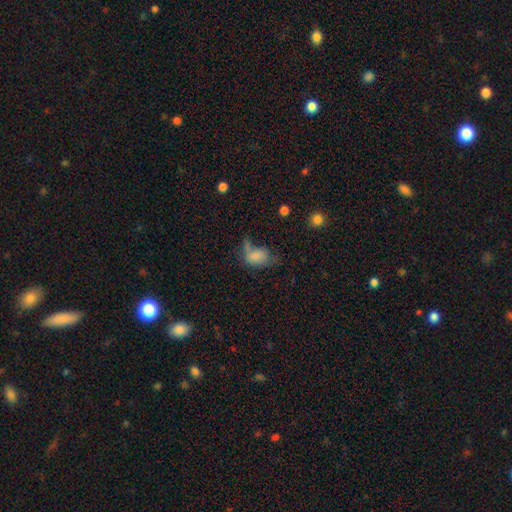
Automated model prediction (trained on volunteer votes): Smooth or featured: smooth — 73% (featured or disk — 16%)
How rounded: in between — 87% (round — 11%)
Merging: major disturbance — 34% (minor disturbance — 26%)